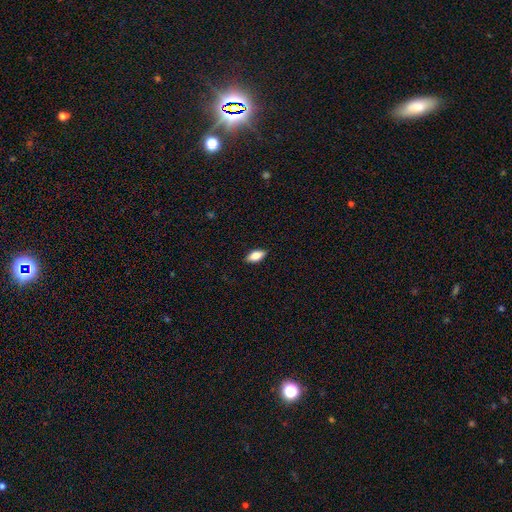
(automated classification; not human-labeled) This is clearly a smooth galaxy (81%). How rounded: clearly in between (88%). Merging: clearly none (88%).